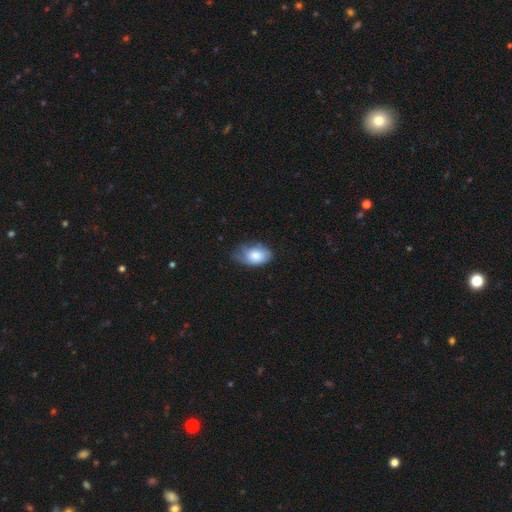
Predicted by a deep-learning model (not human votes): smooth 76%, featured or disk 17%, star or artifact 7%. Down the decision tree: how rounded — in between (89%); merging — none (48%).